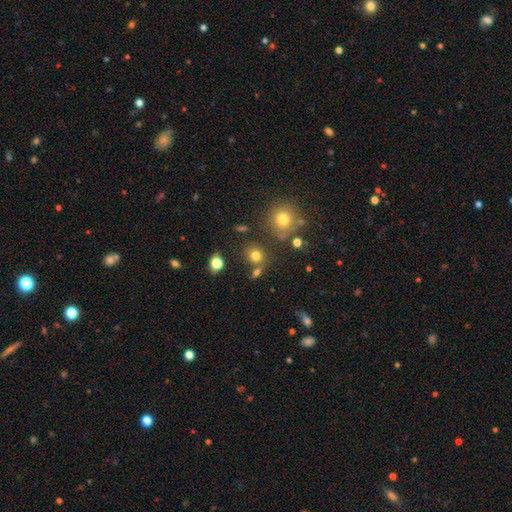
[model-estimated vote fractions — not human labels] smooth_or_featured: smooth (p=0.75) [alt: star or artifact p=0.16]
how_rounded: round (p=0.81) [alt: in between p=0.18]
merging: none (p=0.71) [alt: merger p=0.14]